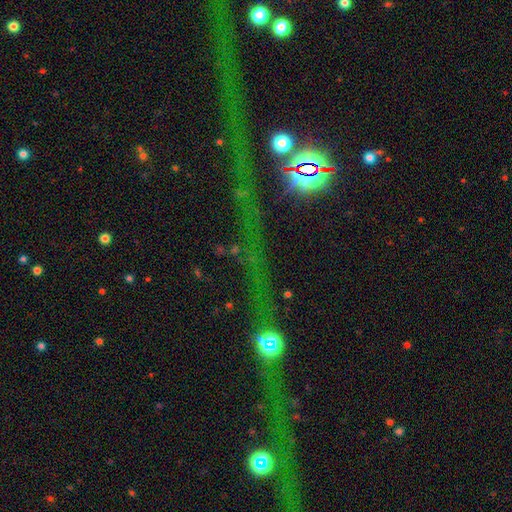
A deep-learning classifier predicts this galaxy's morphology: type=star or artifact (75%).